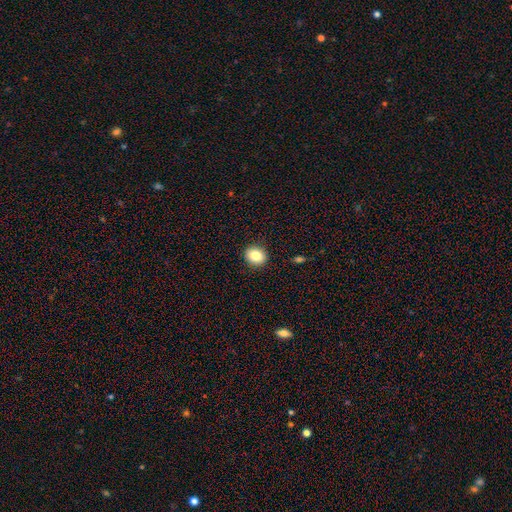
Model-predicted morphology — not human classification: type=smooth (84%); roundness=round (67%); merging=none (90%).